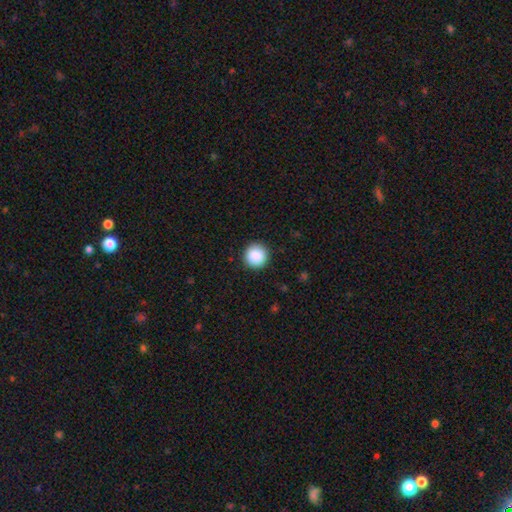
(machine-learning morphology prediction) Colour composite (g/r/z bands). It shows a smooth galaxy with no disk features (89%) that is round (96%). Merging: none (92%).